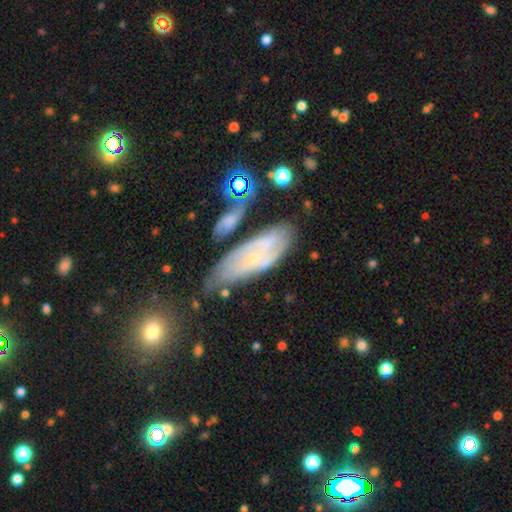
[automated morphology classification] Smooth or featured?
  - featured or disk: 72% *
  - smooth: 20%
  - star or artifact: 8%
Edge-on disk?
  - no: 86% *
  - yes: 14%
Bar?
  - no: 60% *
  - weak: 31%
  - strong: 9%
Spiral arms?
  - yes: 87% *
  - no: 13%
Spiral winding?
  - tight: 60% *
  - medium: 30%
  - loose: 10%
Spiral arm count?
  - can't tell: 45% *
  - 2: 30%
  - 3: 11%
  - 4: 6%
  - 1: 4%
  - more than 4: 4%
Bulge size?
  - small: 80% *
  - moderate: 13%
  - none: 4%
  - large: 1%
  - dominant: 1%
Merging?
  - none: 58% *
  - minor disturbance: 23%
  - merger: 11%
  - major disturbance: 8%